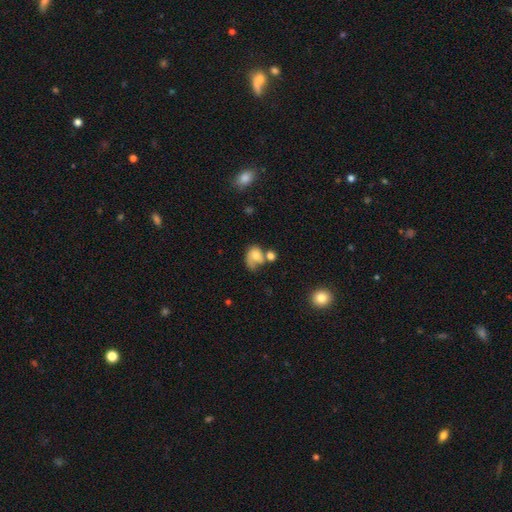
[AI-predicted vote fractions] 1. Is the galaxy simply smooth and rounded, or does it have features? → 56% smooth, 34% featured or disk, 10% star or artifact.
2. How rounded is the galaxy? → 63% in between, 35% round, 1% cigar-shaped.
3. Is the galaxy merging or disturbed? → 32% merger, 26% none, 21% major disturbance, 21% minor disturbance.